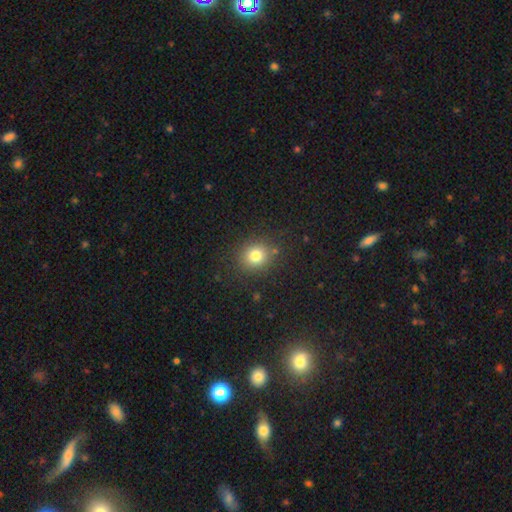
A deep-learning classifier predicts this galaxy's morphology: This appears to be a smooth galaxy with no disk features (78%) that is round (82%). Merging: none (85%).